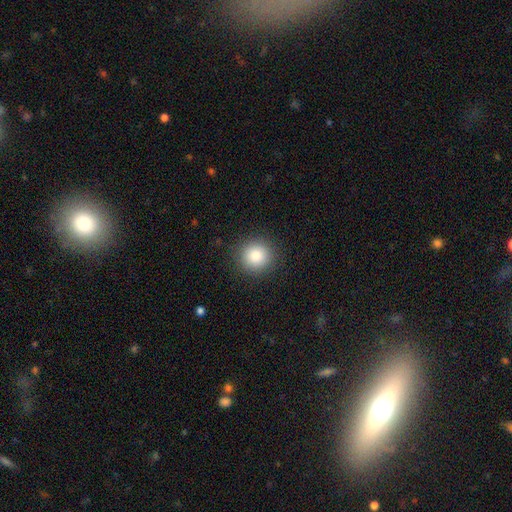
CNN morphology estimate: smooth 86%, star or artifact 9%, featured or disk 5%. Down the decision tree: how rounded — round (92%); merging — none (90%).